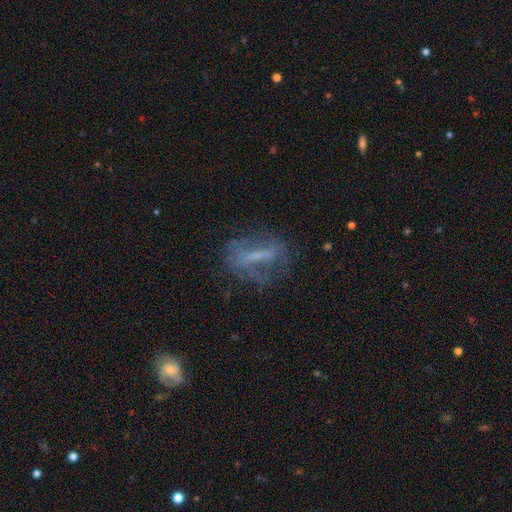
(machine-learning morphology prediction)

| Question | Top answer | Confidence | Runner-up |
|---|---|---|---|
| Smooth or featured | featured or disk | 53% | smooth (32%) |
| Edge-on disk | no | 78% | yes (22%) |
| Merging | none | 60% | minor disturbance (20%) |